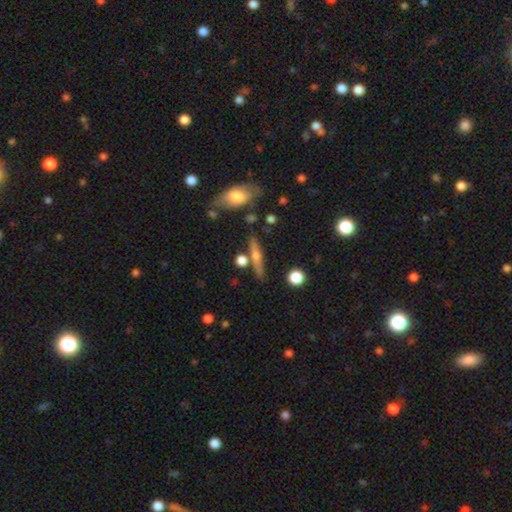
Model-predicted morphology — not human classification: This appears to be a featured or disk galaxy (53%) viewed edge-on (94%) with a rounded central bulge (83%). Merging: none (78%).